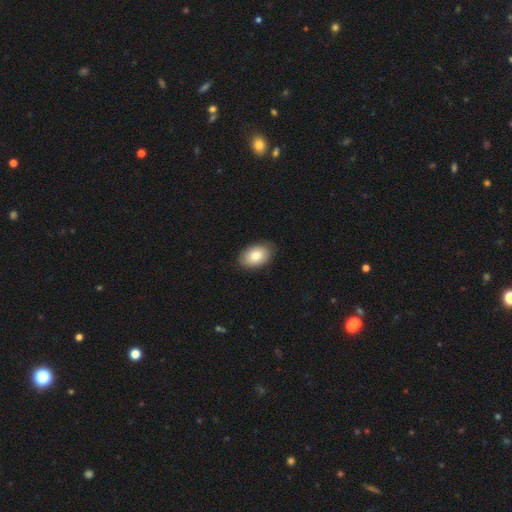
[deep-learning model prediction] Smooth or featured? smooth (83%)
How rounded? in between (88%)
Merging? none (87%)